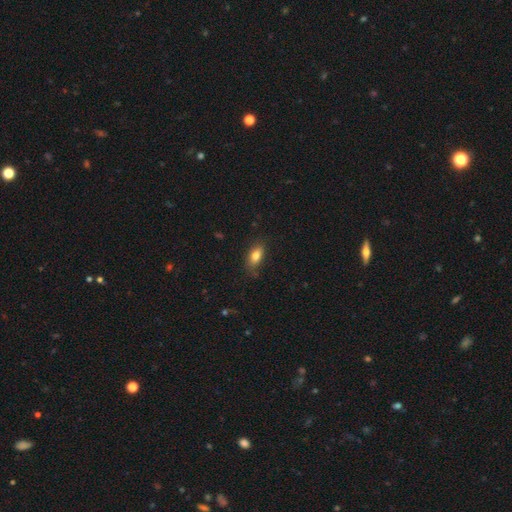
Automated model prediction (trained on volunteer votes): Overall: smooth (80%). How rounded: in between (86%). Merging: none (76%).